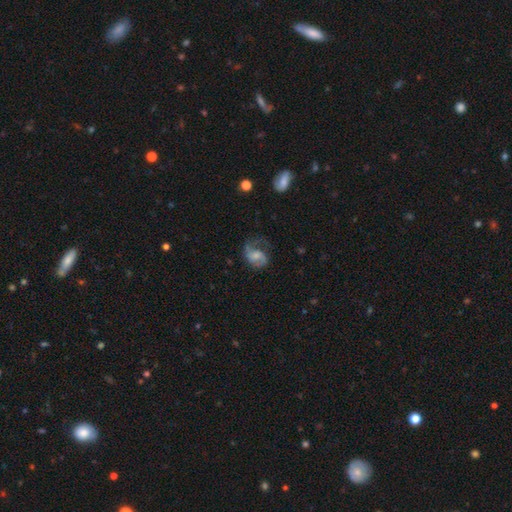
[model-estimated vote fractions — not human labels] The model was most divided on "spiral winding" (2-way tie): medium: 42%, loose: 42%, tight: 15%. Remaining: edge-on disk — no (98%); spiral arms — yes (90%); smooth or featured — featured or disk (65%); spiral arm count — 2 (63%); bar — no (57%); merging — none (44%); bulge size — small (36%).